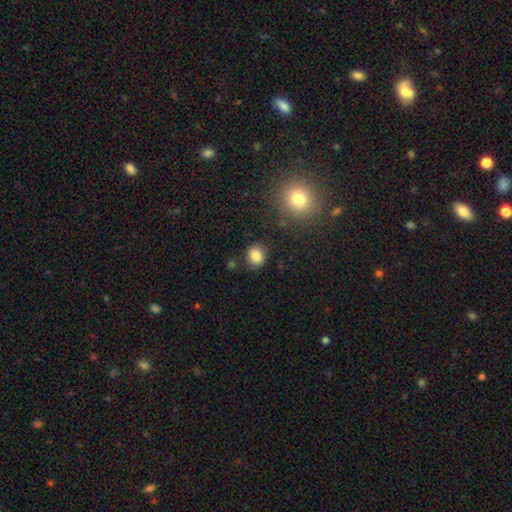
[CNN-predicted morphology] The model was most divided on "how rounded": round: 72%, in between: 27%, cigar-shaped: 1%. More confident: smooth or featured — smooth (83%); merging — none (82%).